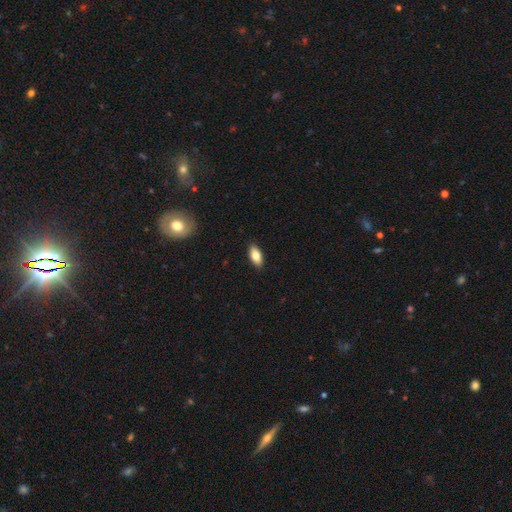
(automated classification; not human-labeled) A smooth galaxy with no disk features (80%) that is in between round and cigar-shaped (89%).

Vote fractions:
- Smooth or featured? smooth: 80% / featured or disk: 13% / star or artifact: 7%
- How rounded? in between: 89% / cigar-shaped: 8% / round: 3%
- Merging? none: 89% / minor disturbance: 8% / major disturbance: 2% / merger: 1%